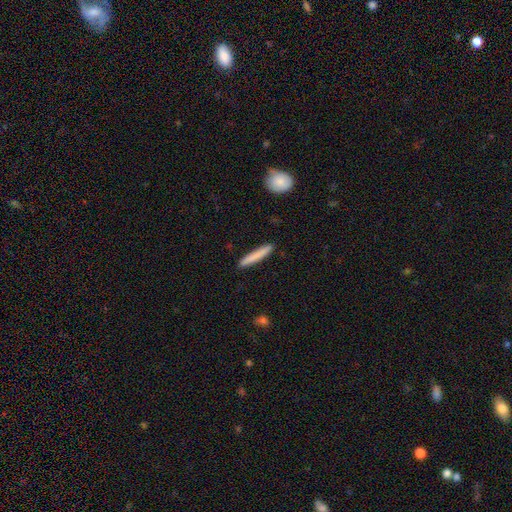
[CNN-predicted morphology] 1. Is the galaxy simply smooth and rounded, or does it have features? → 78% smooth, 17% featured or disk, 5% star or artifact.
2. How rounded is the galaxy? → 95% cigar-shaped, 3% in between, 1% round.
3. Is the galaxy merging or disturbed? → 90% none, 7% minor disturbance, 1% major disturbance, 1% merger.